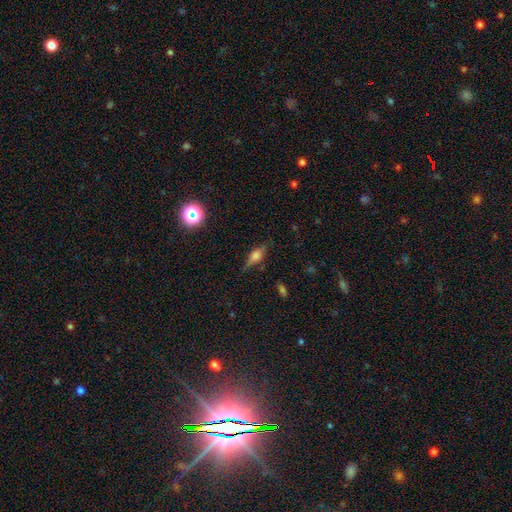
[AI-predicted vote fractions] The model was most divided on "smooth or featured": featured or disk: 50%, smooth: 38%, star or artifact: 12%. More confident: edge-on disk — yes (92%); merging — none (75%).